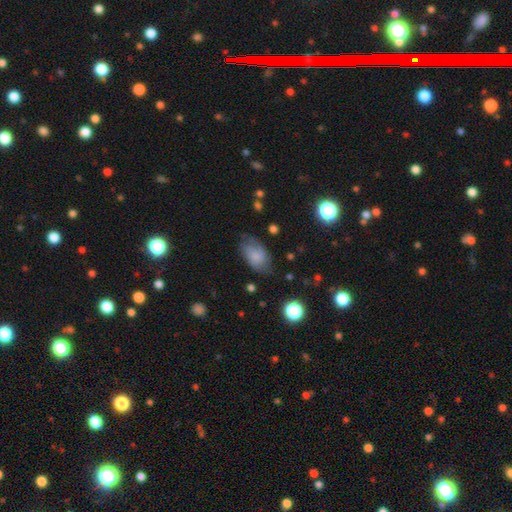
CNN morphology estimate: smooth_or_featured: smooth (p=0.67) [alt: featured or disk p=0.23]
how_rounded: in between (p=0.91) [alt: round p=0.07]
merging: none (p=0.58) [alt: minor disturbance p=0.28]